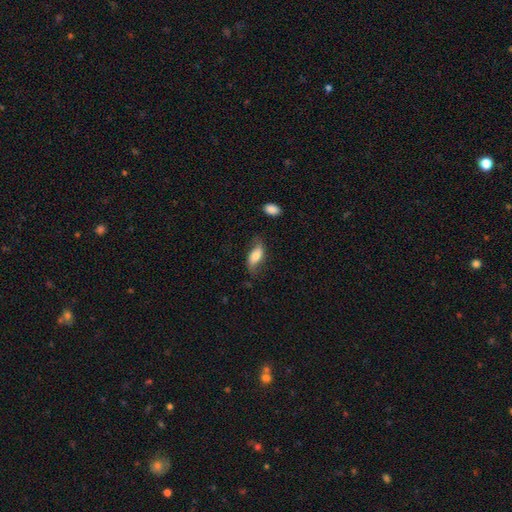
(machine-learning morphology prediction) This appears to be a smooth galaxy with no disk features (60%) that is in between round and cigar-shaped (82%). Merging: none (61%).